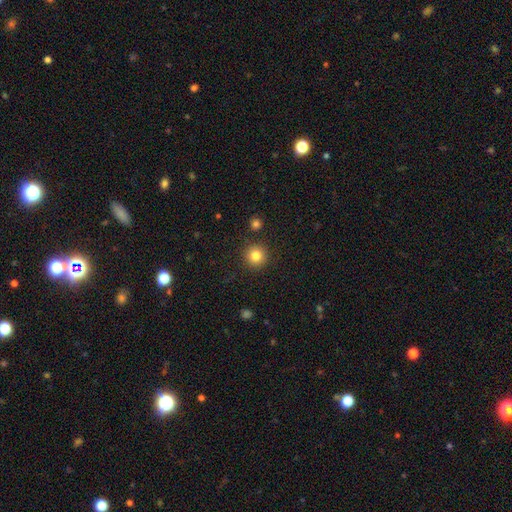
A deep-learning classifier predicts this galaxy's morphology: smooth_or_featured: smooth (p=0.83) [alt: star or artifact p=0.11]
how_rounded: round (p=0.95) [alt: in between p=0.04]
merging: none (p=0.90) [alt: minor disturbance p=0.05]